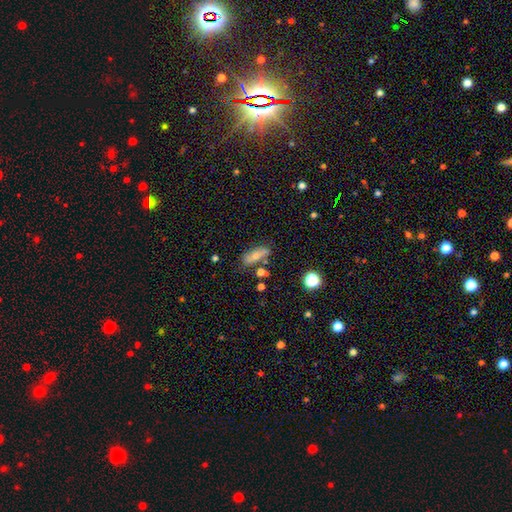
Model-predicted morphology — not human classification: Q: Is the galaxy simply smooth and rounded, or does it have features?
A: smooth — 48%.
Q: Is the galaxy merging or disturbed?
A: none — 72%.